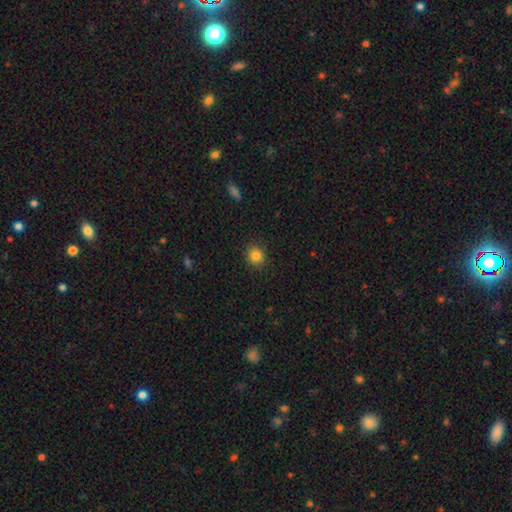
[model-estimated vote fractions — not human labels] smooth_or_featured: smooth (p=0.84) [alt: star or artifact p=0.11]
how_rounded: round (p=0.84) [alt: in between p=0.15]
merging: none (p=0.91) [alt: minor disturbance p=0.06]